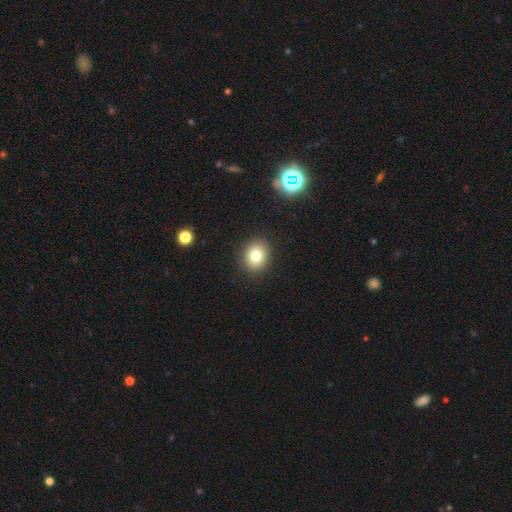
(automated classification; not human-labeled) The model was most divided on "how rounded": round: 67%, in between: 32%, cigar-shaped: 1%. More confident: merging — none (90%); smooth or featured — smooth (79%).